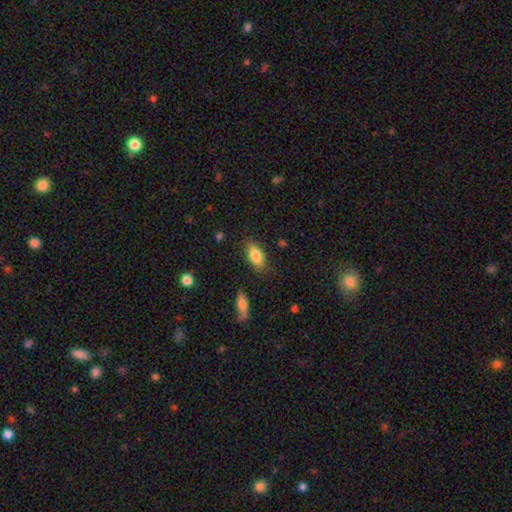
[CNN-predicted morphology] A smooth galaxy with no disk features (84%) that is in between round and cigar-shaped (89%).

Vote fractions:
- Smooth or featured? smooth: 84% / featured or disk: 9% / star or artifact: 7%
- How rounded? in between: 89% / cigar-shaped: 8% / round: 3%
- Merging? none: 83% / minor disturbance: 12% / major disturbance: 3% / merger: 2%